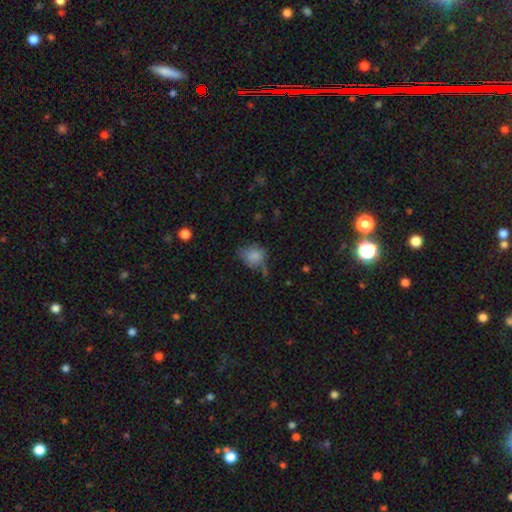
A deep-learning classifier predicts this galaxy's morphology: Smooth or featured? smooth (76%)
How rounded? round (53%)
Merging? none (52%)